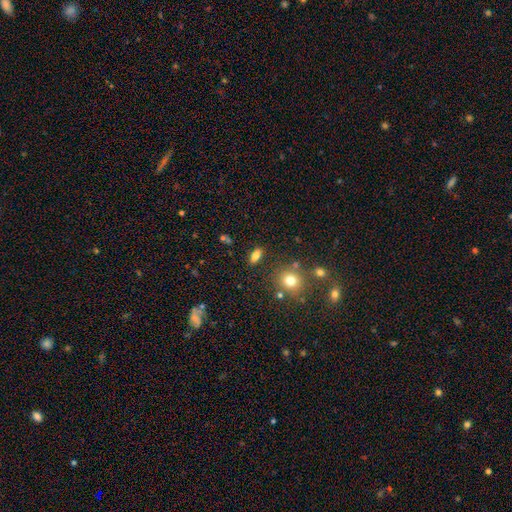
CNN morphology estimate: Smooth or featured? smooth (78%)
How rounded? in between (81%)
Merging? none (84%)